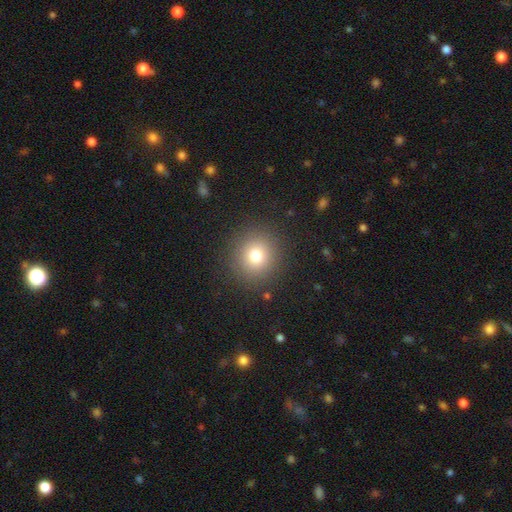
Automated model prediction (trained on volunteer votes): This is likely a smooth galaxy (76%). How rounded: clearly round (91%). Merging: clearly none (89%).